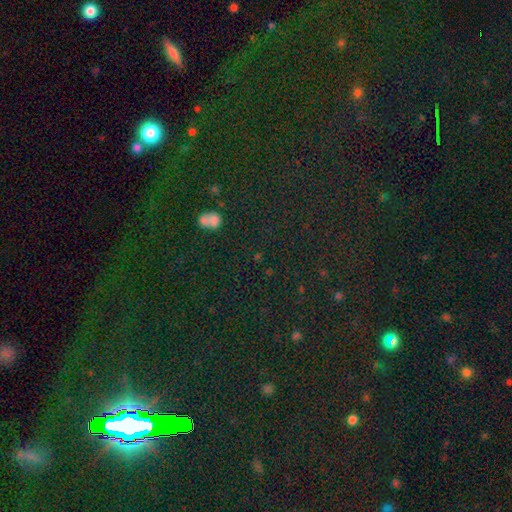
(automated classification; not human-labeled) Smooth or featured: star or artifact — 77% (smooth — 14%)